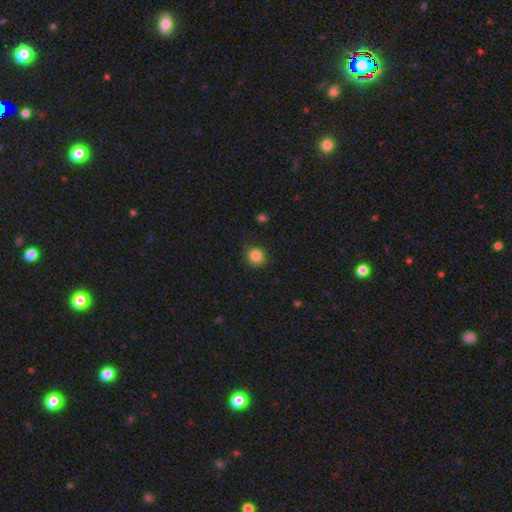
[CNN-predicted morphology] Smooth or featured?
  - smooth: 85% *
  - star or artifact: 11%
  - featured or disk: 5%
How rounded?
  - round: 84% *
  - in between: 15%
  - cigar-shaped: 1%
Merging?
  - none: 85% *
  - minor disturbance: 12%
  - major disturbance: 3%
  - merger: 1%